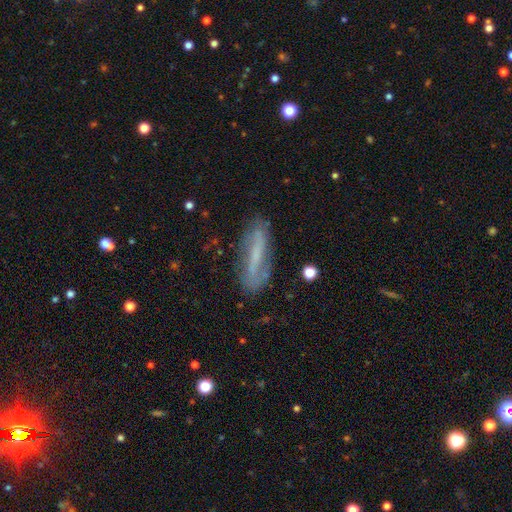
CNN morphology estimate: This appears to be a featured or disk galaxy (58%). Merging: none (74%).